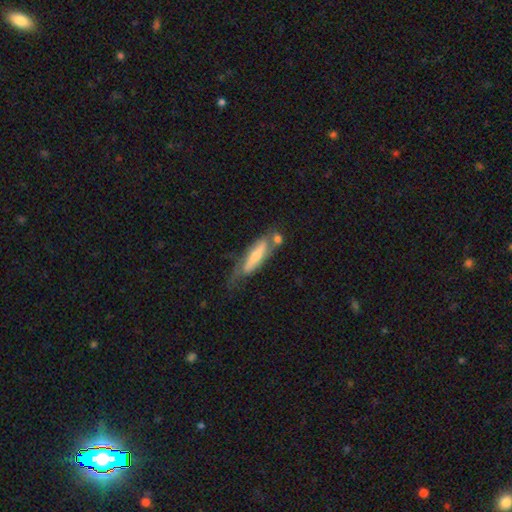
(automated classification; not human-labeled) featured or disk 49%, smooth 45%, star or artifact 6%. Down the decision tree: merging — none (37%).